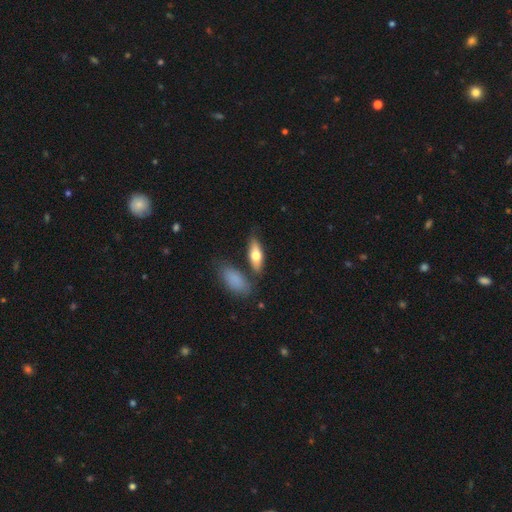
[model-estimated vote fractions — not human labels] This appears to be a smooth galaxy with no disk features (68%) that is in between round and cigar-shaped (67%). Merging: none (71%).